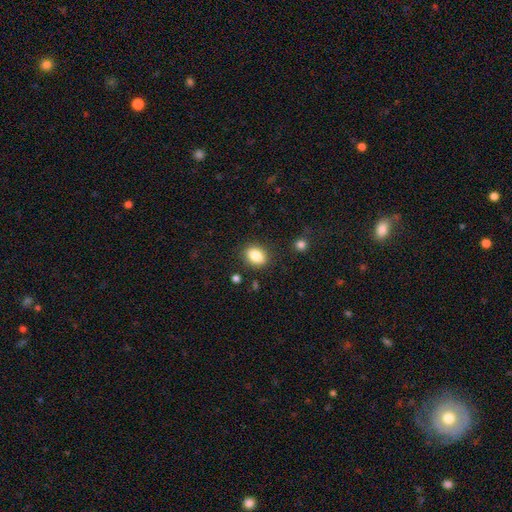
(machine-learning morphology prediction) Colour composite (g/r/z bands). It shows a smooth galaxy with no disk features (86%) that is in between round and cigar-shaped (66%). Merging: none (85%).